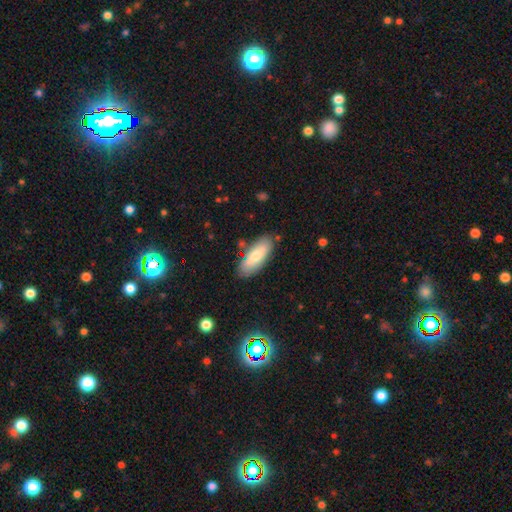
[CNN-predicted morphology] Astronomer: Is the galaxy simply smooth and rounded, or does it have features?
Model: smooth — 72%.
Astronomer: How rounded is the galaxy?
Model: in between — 74%.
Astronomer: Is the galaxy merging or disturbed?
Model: none — 82%.